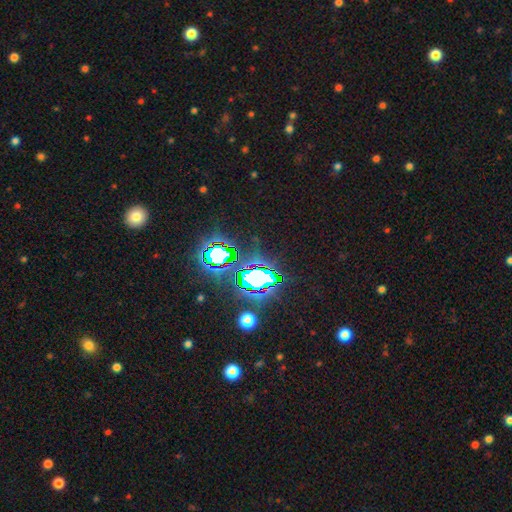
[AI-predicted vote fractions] This is clearly a star or artifact rather than a galaxy (83%).